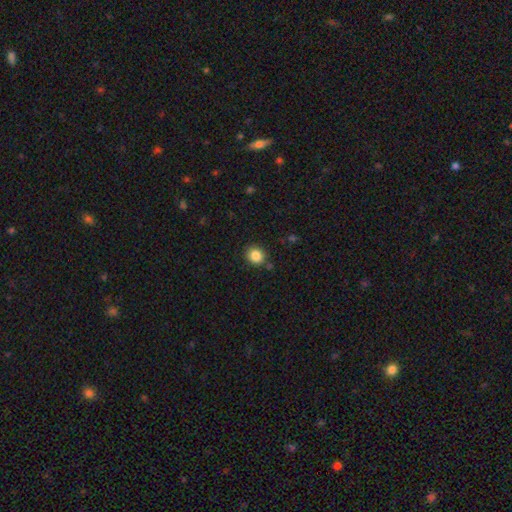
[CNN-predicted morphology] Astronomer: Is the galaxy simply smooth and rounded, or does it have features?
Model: smooth — 85%.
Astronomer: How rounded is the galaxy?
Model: round — 82%.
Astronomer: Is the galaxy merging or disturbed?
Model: none — 85%.